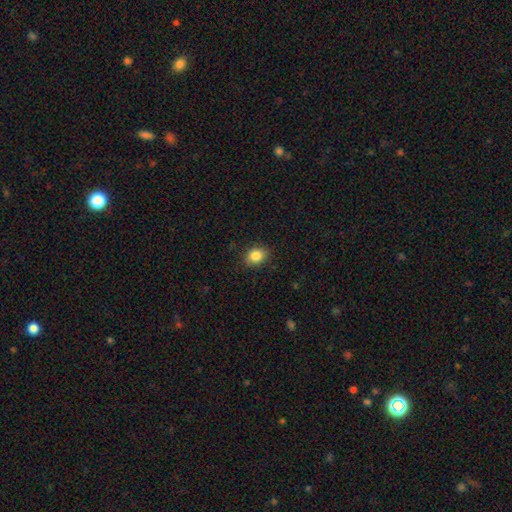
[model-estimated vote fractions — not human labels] The model was most divided on "how rounded": in between: 53%, round: 46%, cigar-shaped: 1%. More confident: merging — none (86%); smooth or featured — smooth (85%).